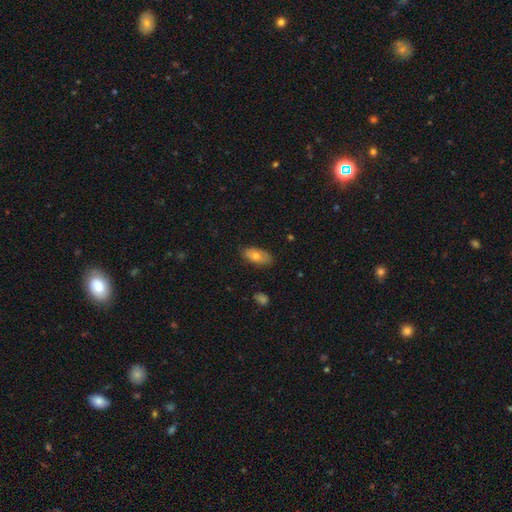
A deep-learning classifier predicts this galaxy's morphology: Smooth or featured: smooth — 69% (featured or disk — 24%)
How rounded: in between — 91% (cigar-shaped — 6%)
Merging: none — 79% (minor disturbance — 17%)